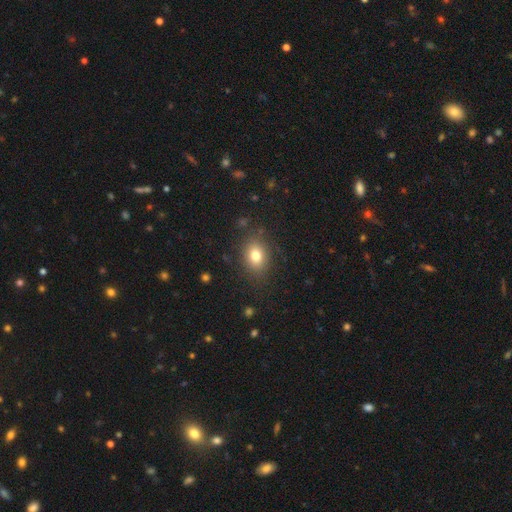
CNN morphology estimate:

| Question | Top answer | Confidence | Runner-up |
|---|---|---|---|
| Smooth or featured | smooth | 78% | star or artifact (12%) |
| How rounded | in between | 60% | round (39%) |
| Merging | none | 83% | minor disturbance (11%) |